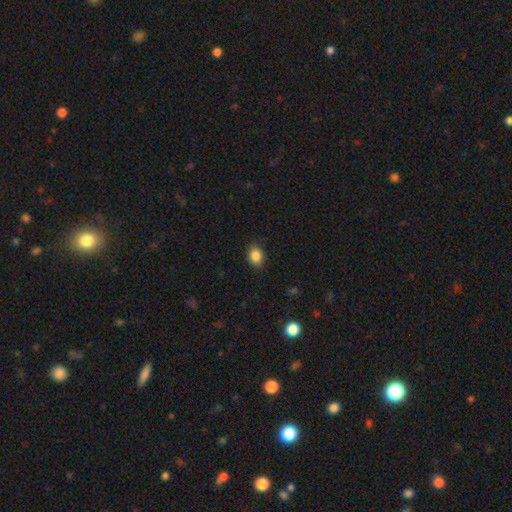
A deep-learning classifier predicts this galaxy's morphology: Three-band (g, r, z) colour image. It shows a smooth galaxy with no disk features (86%) that is round (52%). Merging: none (85%).